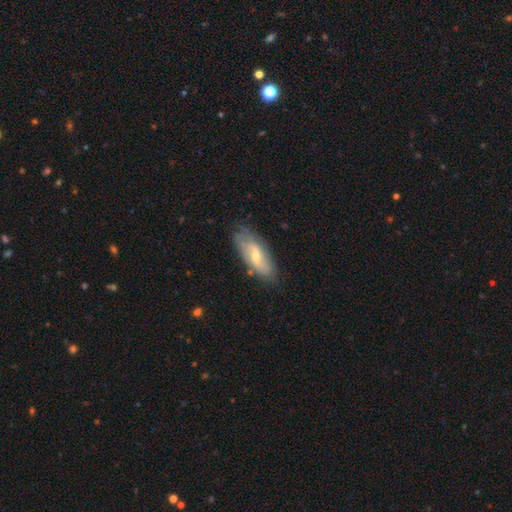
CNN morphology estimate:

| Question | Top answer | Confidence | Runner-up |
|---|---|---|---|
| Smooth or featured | featured or disk | 59% | smooth (33%) |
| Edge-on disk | no | 83% | yes (17%) |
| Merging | none | 72% | minor disturbance (21%) |